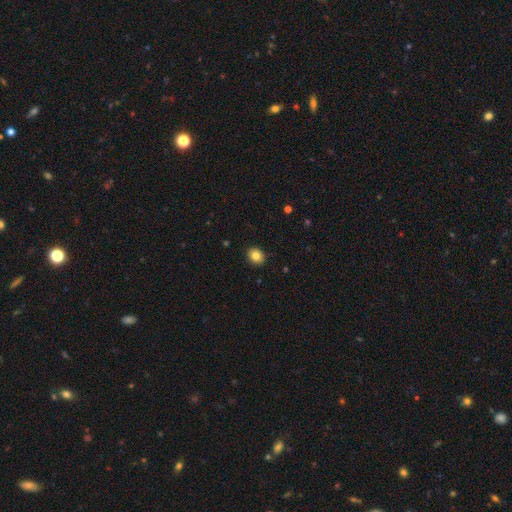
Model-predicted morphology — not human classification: Smooth or featured?
  - smooth: 83% *
  - star or artifact: 10%
  - featured or disk: 8%
How rounded?
  - round: 58% *
  - in between: 41%
  - cigar-shaped: 1%
Merging?
  - none: 91% *
  - minor disturbance: 6%
  - major disturbance: 2%
  - merger: 1%